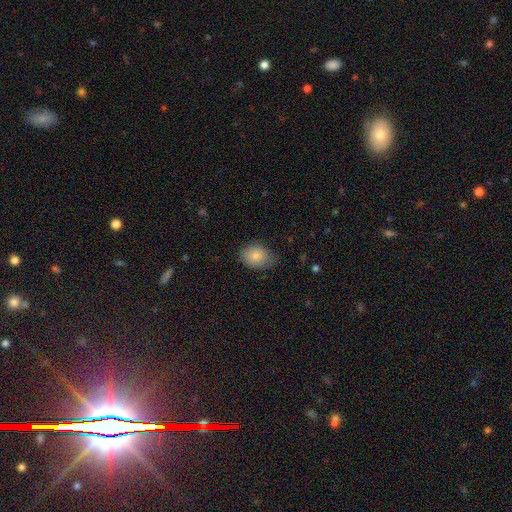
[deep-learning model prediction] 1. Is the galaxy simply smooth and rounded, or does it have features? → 84% smooth, 9% featured or disk, 7% star or artifact.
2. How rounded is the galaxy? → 72% in between, 27% round, 1% cigar-shaped.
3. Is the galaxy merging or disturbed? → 69% none, 25% minor disturbance, 4% major disturbance, 1% merger.